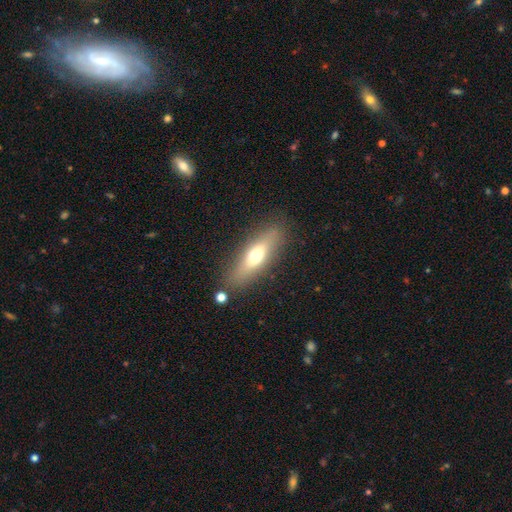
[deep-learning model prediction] This appears to be a smooth galaxy with no disk features (58%) that is cigar-shaped (50%). Merging: none (82%).